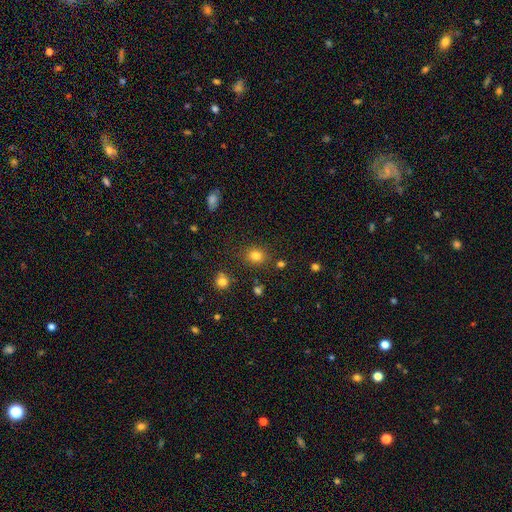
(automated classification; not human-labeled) Smooth or featured: smooth — 81% (star or artifact — 13%)
How rounded: round — 69% (in between — 30%)
Merging: none — 83% (minor disturbance — 10%)